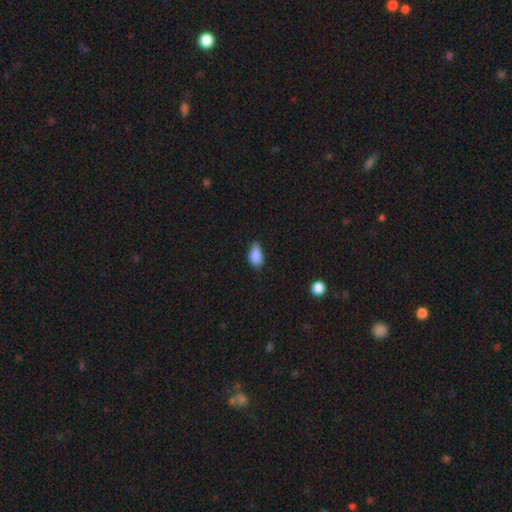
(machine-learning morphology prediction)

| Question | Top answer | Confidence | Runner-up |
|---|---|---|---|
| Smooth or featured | smooth | 85% | star or artifact (8%) |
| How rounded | in between | 89% | round (8%) |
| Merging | none | 57% | minor disturbance (36%) |